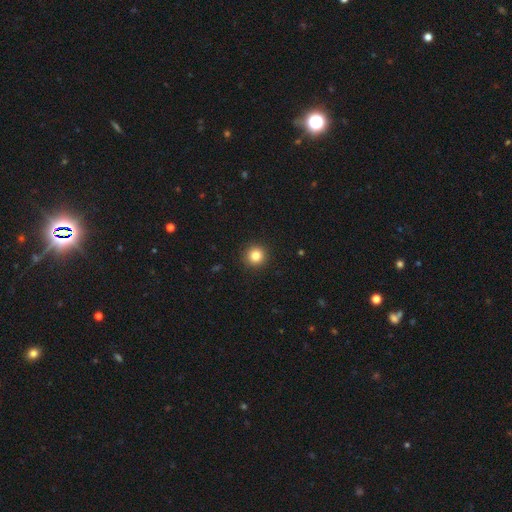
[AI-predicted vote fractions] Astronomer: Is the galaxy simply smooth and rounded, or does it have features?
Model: smooth — 84%.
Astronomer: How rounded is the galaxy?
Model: round — 95%.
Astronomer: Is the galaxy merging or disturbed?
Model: none — 93%.